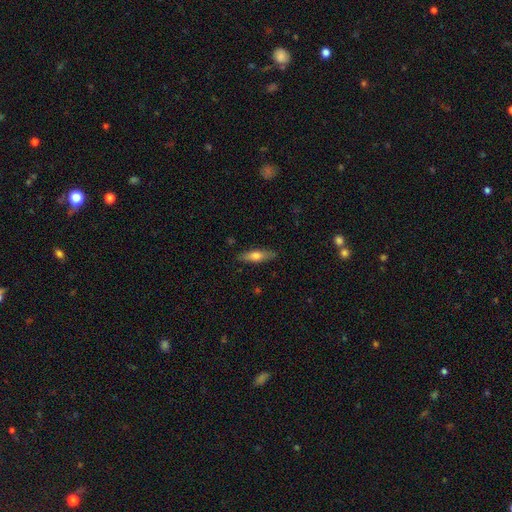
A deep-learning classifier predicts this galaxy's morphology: Smooth or featured?
  - smooth: 57% *
  - featured or disk: 37%
  - star or artifact: 6%
How rounded?
  - cigar-shaped: 61% *
  - in between: 37%
  - round: 3%
Merging?
  - none: 86% *
  - minor disturbance: 11%
  - major disturbance: 2%
  - merger: 1%